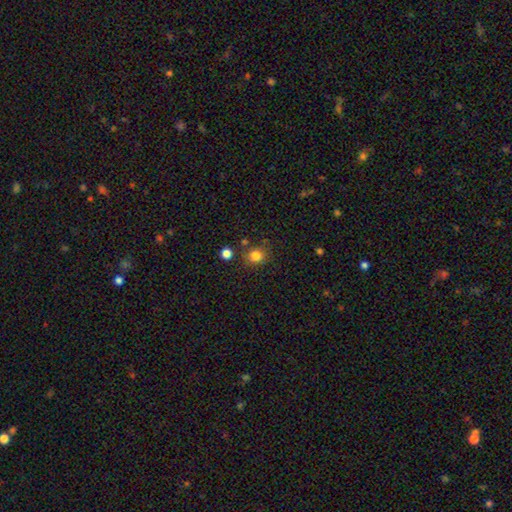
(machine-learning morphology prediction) A smooth galaxy with no disk features (82%) that is round (82%). Merging: none (78%).